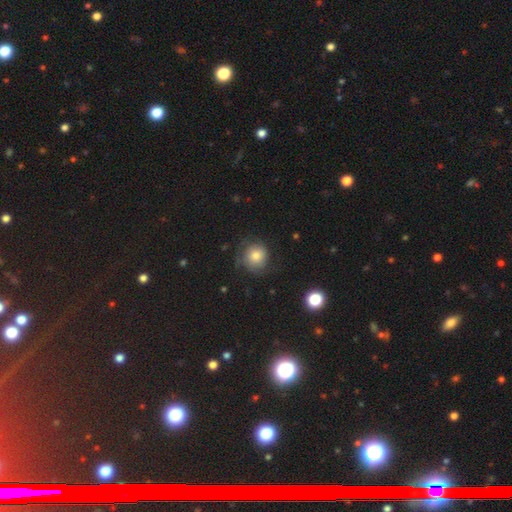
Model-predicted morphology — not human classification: type=smooth (68%); roundness=round (87%); merging=none (61%).